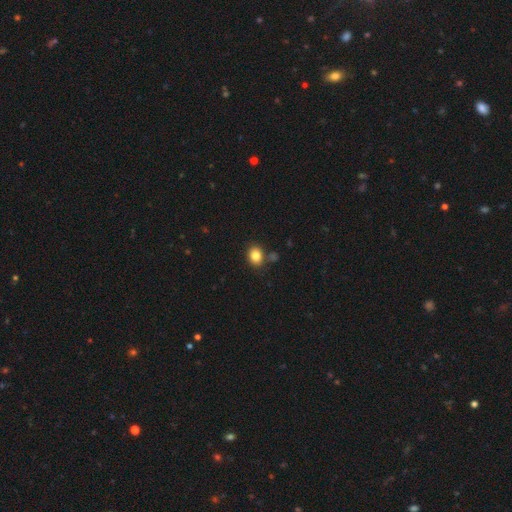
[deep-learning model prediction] Overall: smooth (83%). How rounded: round (52%; in between 47%). Merging: none (79%).